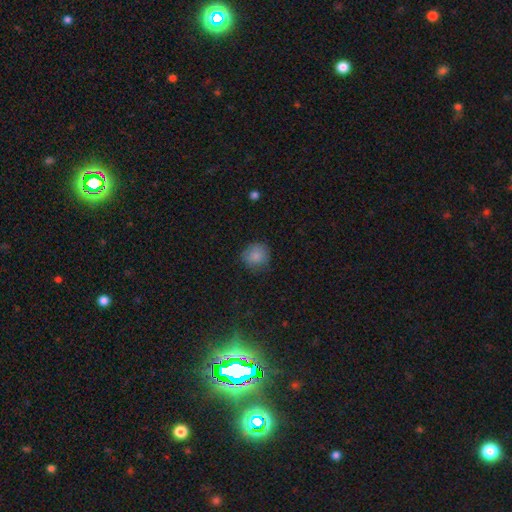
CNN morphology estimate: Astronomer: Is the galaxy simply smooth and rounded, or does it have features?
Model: smooth — 84%.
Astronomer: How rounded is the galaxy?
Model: round — 89%.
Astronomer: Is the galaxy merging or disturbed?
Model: none — 77%.